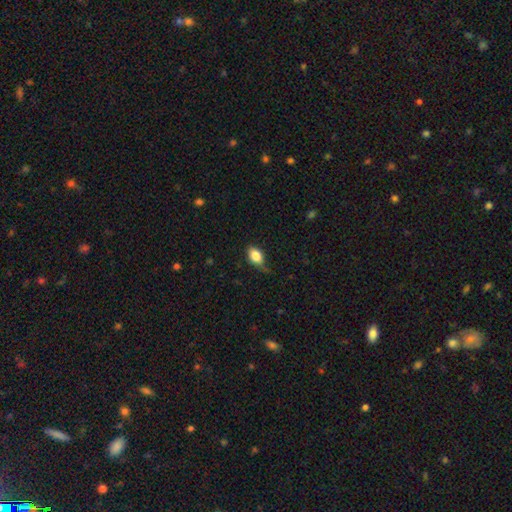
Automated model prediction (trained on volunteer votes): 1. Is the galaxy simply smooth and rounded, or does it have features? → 83% smooth, 9% featured or disk, 8% star or artifact.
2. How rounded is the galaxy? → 84% in between, 13% round, 2% cigar-shaped.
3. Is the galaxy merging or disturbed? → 58% none, 32% minor disturbance, 9% major disturbance, 2% merger.